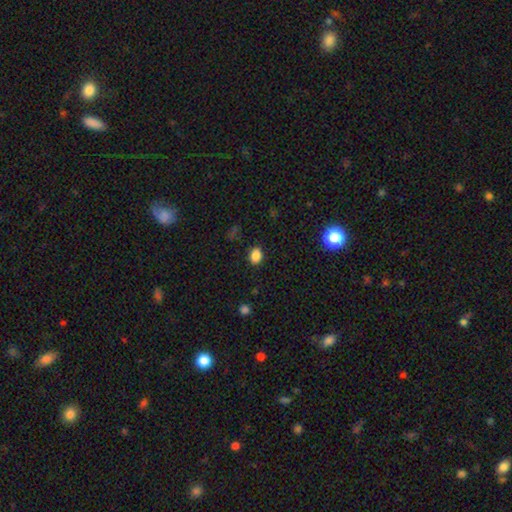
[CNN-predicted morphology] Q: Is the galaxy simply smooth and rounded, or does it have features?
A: smooth — 85%.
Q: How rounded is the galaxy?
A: in between — 59%.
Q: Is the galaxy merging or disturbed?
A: none — 87%.